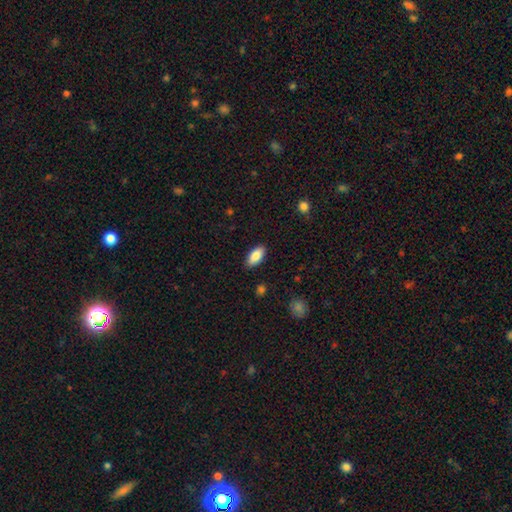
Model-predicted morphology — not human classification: Overall: smooth (86%). How rounded: in between (92%). Merging: none (88%).